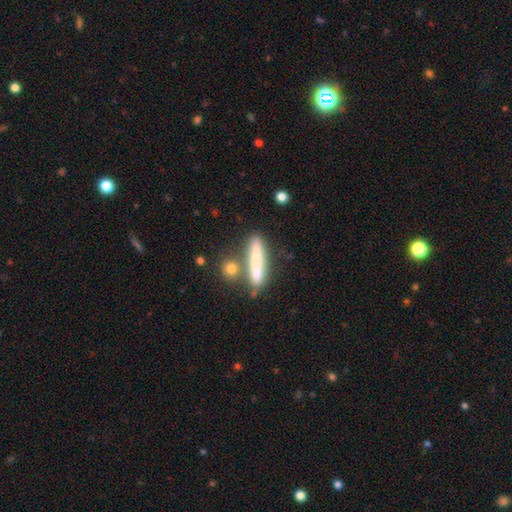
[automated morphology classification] This appears to be a smooth galaxy with no disk features (72%) that is cigar-shaped (81%). Merging: none (64%).